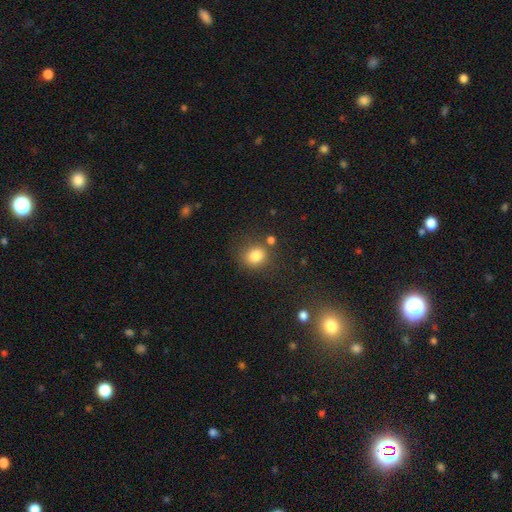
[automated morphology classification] The model was most divided on "how rounded": round: 70%, in between: 29%, cigar-shaped: 1%. More confident: smooth or featured — smooth (83%); merging — none (73%).